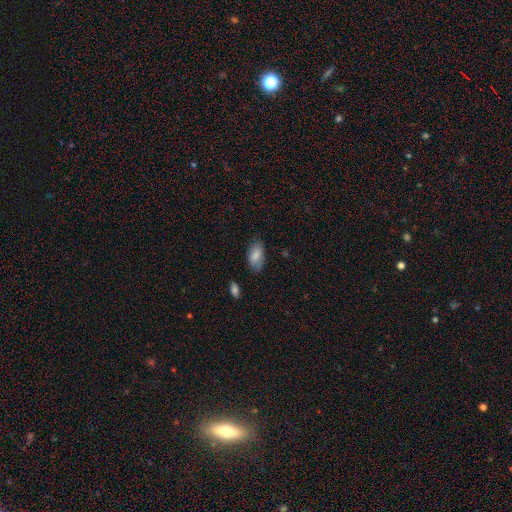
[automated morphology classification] A smooth galaxy with no disk features (82%) that is in between round and cigar-shaped (93%). Merging: none (77%).